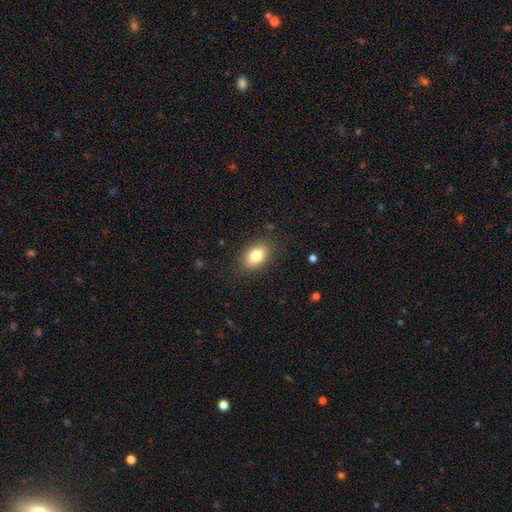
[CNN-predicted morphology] smooth 81%, featured or disk 11%, star or artifact 9%. Down the decision tree: how rounded — in between (86%); merging — none (85%).